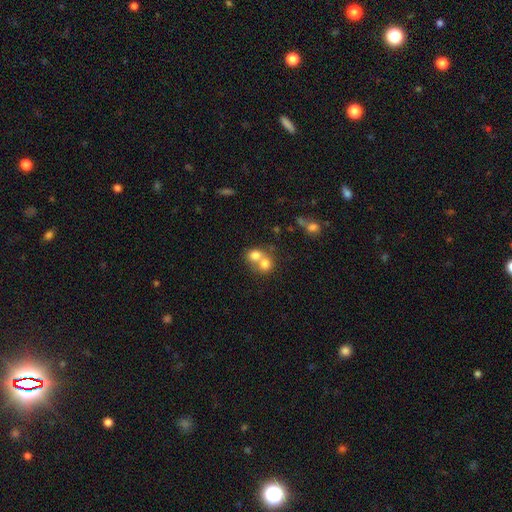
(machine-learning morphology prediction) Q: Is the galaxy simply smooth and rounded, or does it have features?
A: smooth — 74%.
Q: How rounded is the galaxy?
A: round — 65%.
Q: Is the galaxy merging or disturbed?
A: merger — 67%.